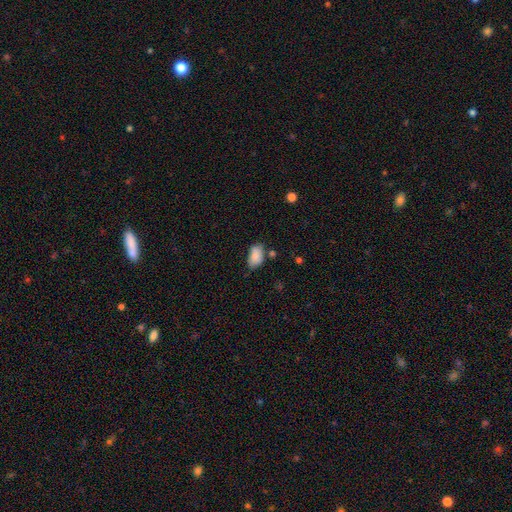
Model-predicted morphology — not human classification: Smooth or featured?
  - smooth: 83% *
  - featured or disk: 9%
  - star or artifact: 8%
How rounded?
  - in between: 92% *
  - round: 6%
  - cigar-shaped: 2%
Merging?
  - none: 57% *
  - minor disturbance: 29%
  - merger: 8%
  - major disturbance: 6%